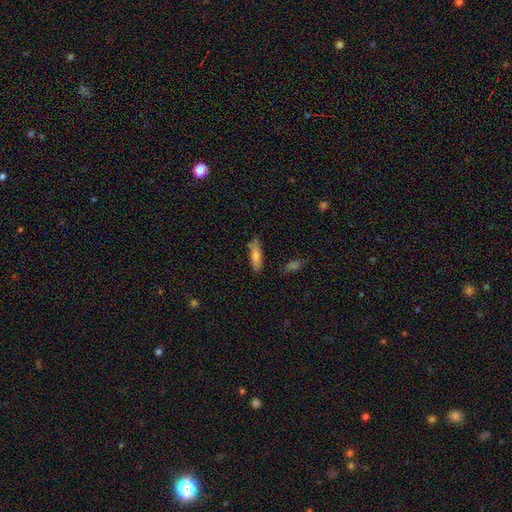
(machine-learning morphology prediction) Smooth or featured?
  - smooth: 72% *
  - featured or disk: 20%
  - star or artifact: 8%
How rounded?
  - cigar-shaped: 60% *
  - in between: 38%
  - round: 2%
Merging?
  - none: 78% *
  - minor disturbance: 15%
  - merger: 4%
  - major disturbance: 3%